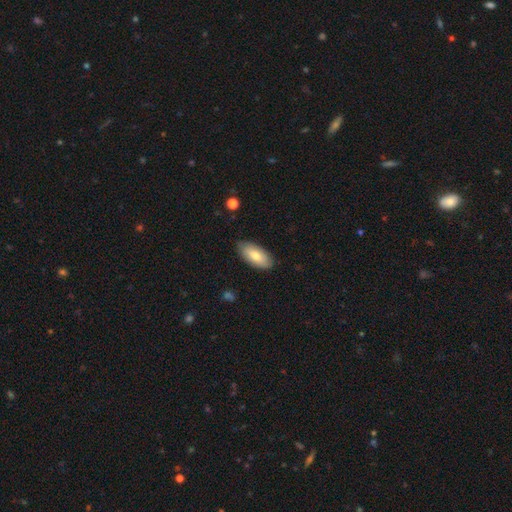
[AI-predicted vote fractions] smooth 75%, featured or disk 19%, star or artifact 6%. Down the decision tree: how rounded — in between (91%); merging — none (84%).